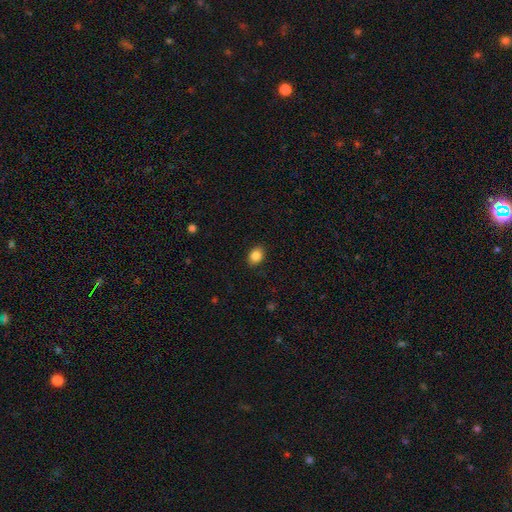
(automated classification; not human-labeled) smooth 86%, star or artifact 9%, featured or disk 5%. Down the decision tree: how rounded — in between (65%); merging — none (88%).